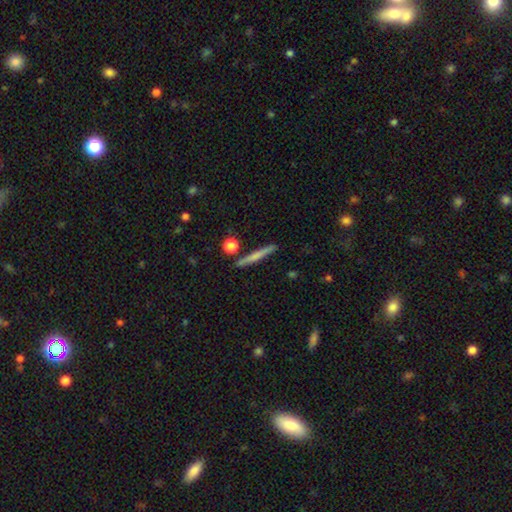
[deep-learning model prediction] smooth_or_featured: smooth (p=0.57) [alt: featured or disk p=0.37]
how_rounded: cigar-shaped (p=0.93) [alt: in between p=0.04]
merging: none (p=0.87) [alt: minor disturbance p=0.07]